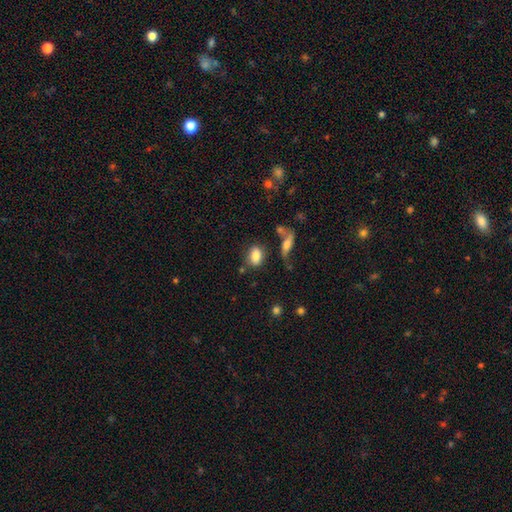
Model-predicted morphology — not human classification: This appears to be a smooth galaxy with no disk features (81%) that is in between round and cigar-shaped (77%). Merging: none (71%).